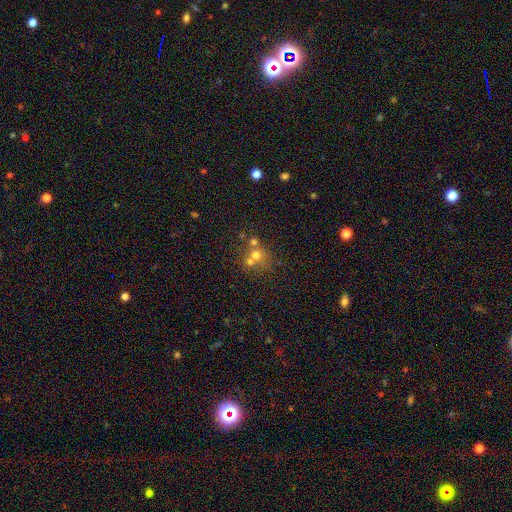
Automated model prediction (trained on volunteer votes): Overall: smooth (58%; featured or disk 22%). How rounded: round (83%). Merging: merger (48%; none 41%).